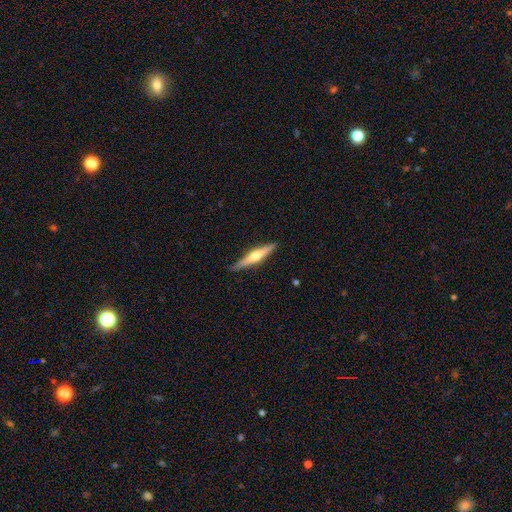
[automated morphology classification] A featured or disk galaxy (59%) viewed edge-on (96%) with a rounded central bulge (88%). Merging: none (88%).